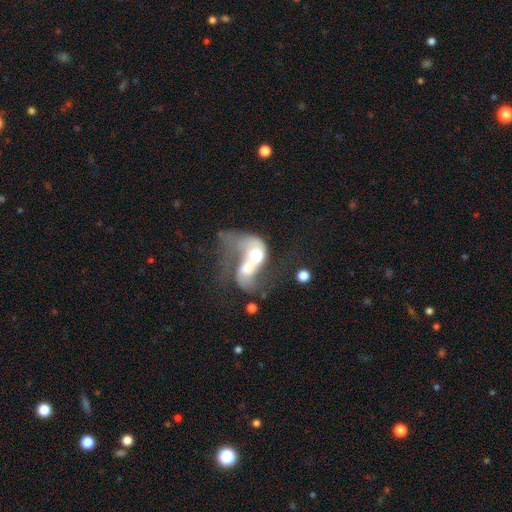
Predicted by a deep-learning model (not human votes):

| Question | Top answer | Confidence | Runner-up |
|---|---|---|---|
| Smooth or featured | featured or disk | 60% | smooth (32%) |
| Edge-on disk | no | 96% | yes (4%) |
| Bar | no | 69% | weak (23%) |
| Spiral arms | yes | 61% | no (39%) |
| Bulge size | moderate | 50% | large (31%) |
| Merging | merger | 73% | major disturbance (17%) |